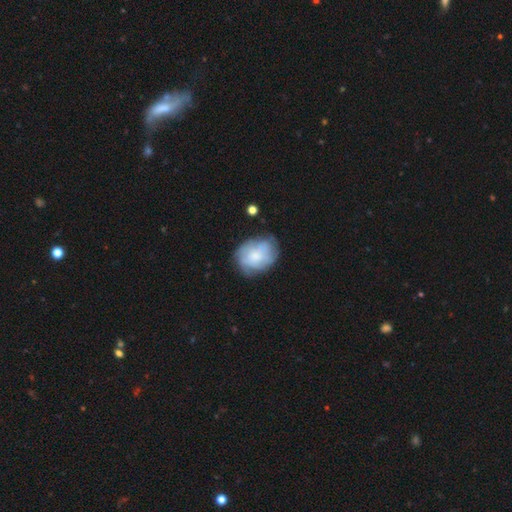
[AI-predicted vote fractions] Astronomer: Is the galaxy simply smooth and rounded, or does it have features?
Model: smooth — 50% (runner-up: featured or disk, 42%).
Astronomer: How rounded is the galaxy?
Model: in between — 59% (runner-up: round, 40%).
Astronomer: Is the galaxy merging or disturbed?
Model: none — 60%.